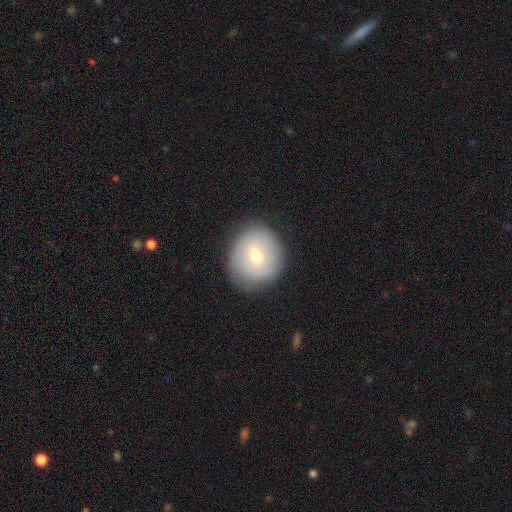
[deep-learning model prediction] A smooth galaxy with no disk features (56%) that is round (76%). Merging: none (80%).